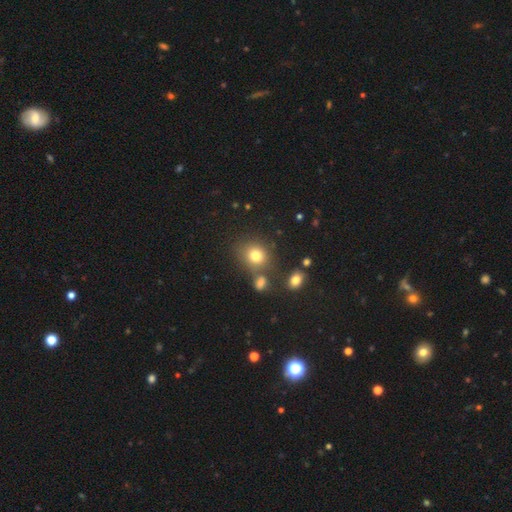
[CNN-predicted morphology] A smooth galaxy with no disk features (77%) that is round (73%). Merging: none (67%).